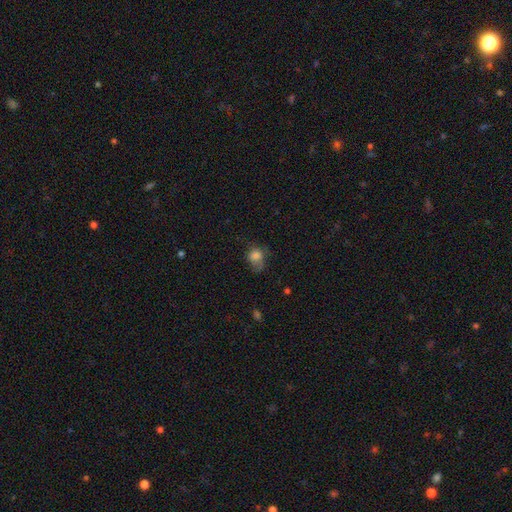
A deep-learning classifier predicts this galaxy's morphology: Smooth or featured? smooth (75%)
How rounded? round (52%)
Merging? none (36%)